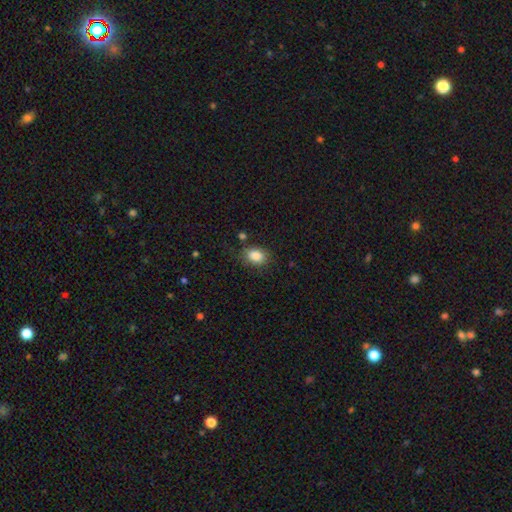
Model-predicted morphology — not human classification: A smooth galaxy with no disk features (85%) that is in between round and cigar-shaped (70%). Merging: none (73%).